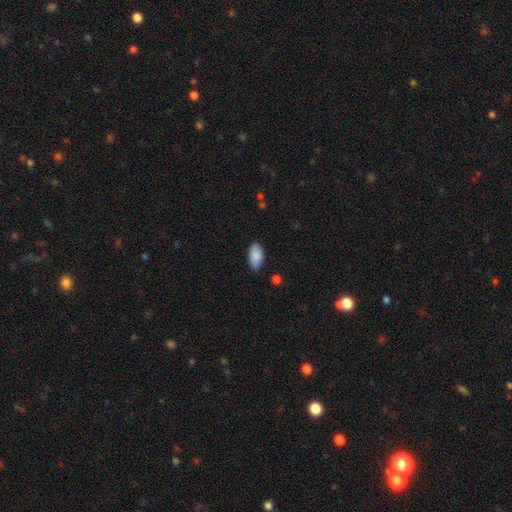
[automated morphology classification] Smooth or featured?
  - smooth: 89% *
  - star or artifact: 7%
  - featured or disk: 5%
How rounded?
  - in between: 94% *
  - cigar-shaped: 4%
  - round: 2%
Merging?
  - none: 77% *
  - minor disturbance: 19%
  - major disturbance: 3%
  - merger: 1%